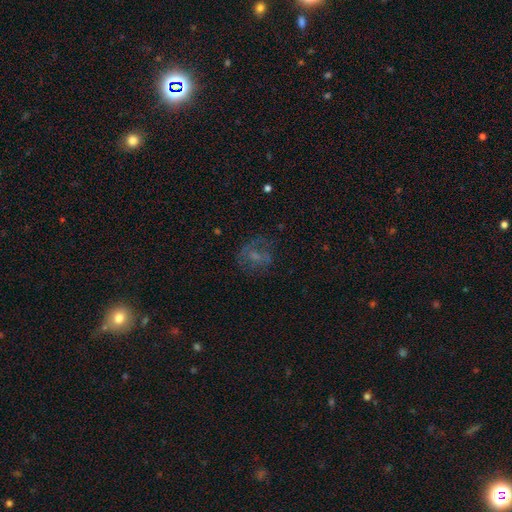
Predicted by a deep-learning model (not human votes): smooth_or_featured: featured or disk (p=0.46) [alt: smooth p=0.37]
merging: none (p=0.57) [alt: major disturbance p=0.21]